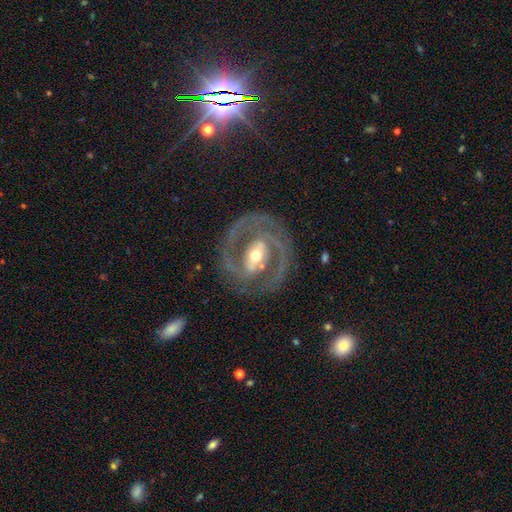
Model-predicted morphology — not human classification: A featured or disk galaxy (87%) with a strong bar (55%), 2 (85%) tight (53%) spiral arms (92%) and a moderate central bulge (53%). Merging: none (80%).